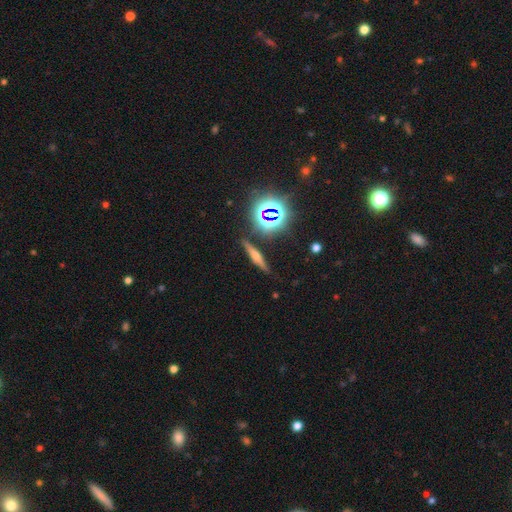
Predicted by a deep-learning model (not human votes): Smooth or featured? featured or disk (42%)
Merging? none (85%)